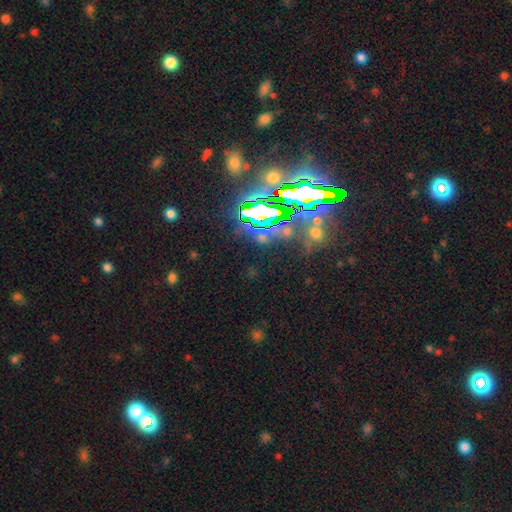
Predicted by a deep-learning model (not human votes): Smooth or featured?
  - star or artifact: 81% *
  - smooth: 10%
  - featured or disk: 9%